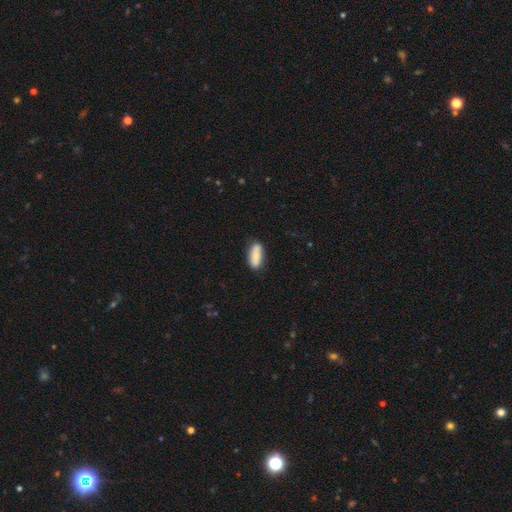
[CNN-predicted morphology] Smooth or featured? smooth (70%)
How rounded? in between (79%)
Merging? none (72%)